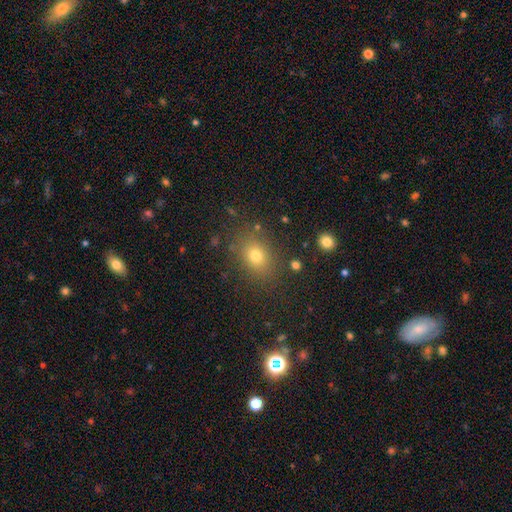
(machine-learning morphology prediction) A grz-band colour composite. It shows a smooth galaxy with no disk features (73%) that is in between round and cigar-shaped (54%). Merging: none (82%).